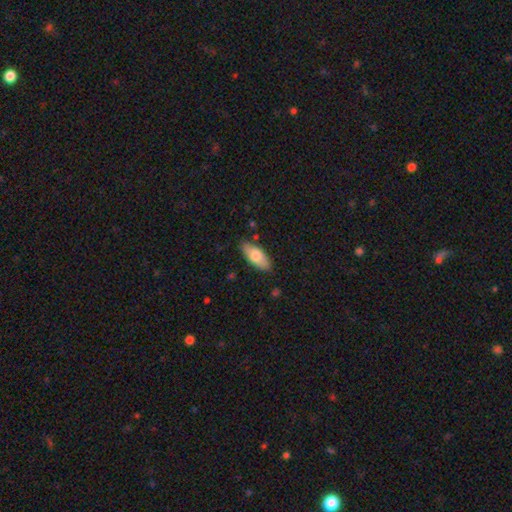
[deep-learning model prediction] This appears to be a smooth galaxy with no disk features (72%) that is in between round and cigar-shaped (84%). Merging: none (82%).